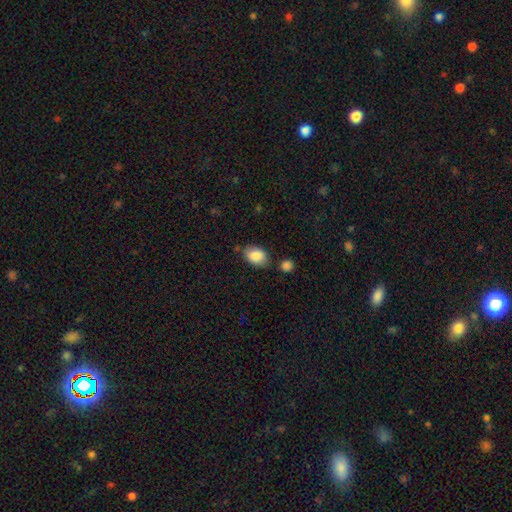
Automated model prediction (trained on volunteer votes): smooth-or-featured: smooth: 87% | star or artifact: 7% | featured or disk: 6%
  how-rounded: in between: 85% | round: 14% | cigar-shaped: 1%
  merging: none: 71% | minor disturbance: 17% | merger: 7% | major disturbance: 4%